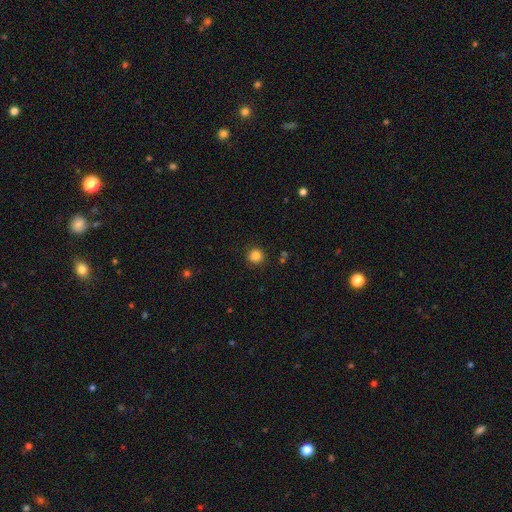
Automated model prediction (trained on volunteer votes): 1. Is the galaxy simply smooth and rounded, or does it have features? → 85% smooth, 12% star or artifact, 4% featured or disk.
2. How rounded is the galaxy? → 95% round, 4% in between, 1% cigar-shaped.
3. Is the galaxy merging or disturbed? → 91% none, 6% minor disturbance, 2% major disturbance, 1% merger.